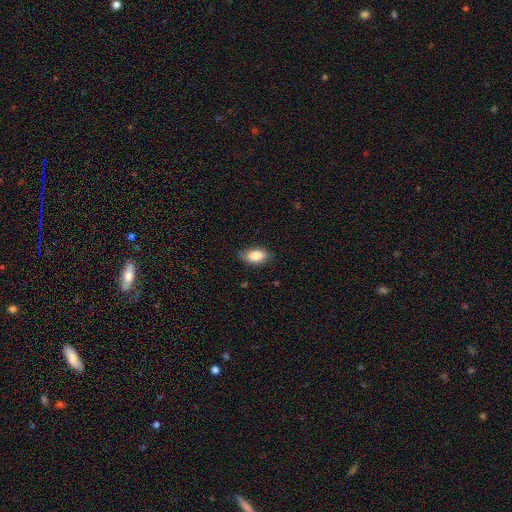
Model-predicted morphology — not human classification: The model was most divided on "merging": none: 76%, minor disturbance: 19%, major disturbance: 4%, merger: 1%. More confident: how rounded — in between (92%); smooth or featured — smooth (86%).